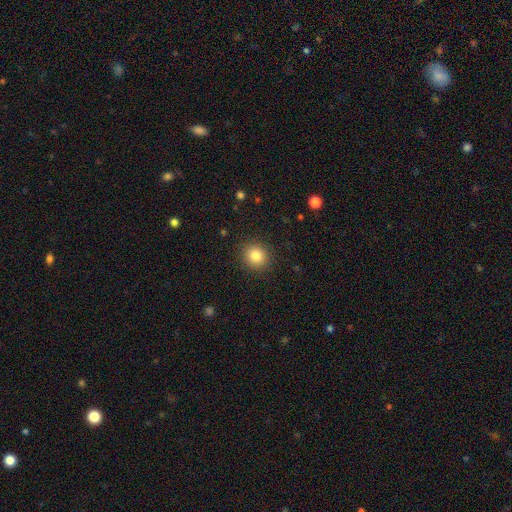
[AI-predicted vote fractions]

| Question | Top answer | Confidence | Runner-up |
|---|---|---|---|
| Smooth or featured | smooth | 83% | star or artifact (11%) |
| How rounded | round | 87% | in between (12%) |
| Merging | none | 90% | minor disturbance (6%) |